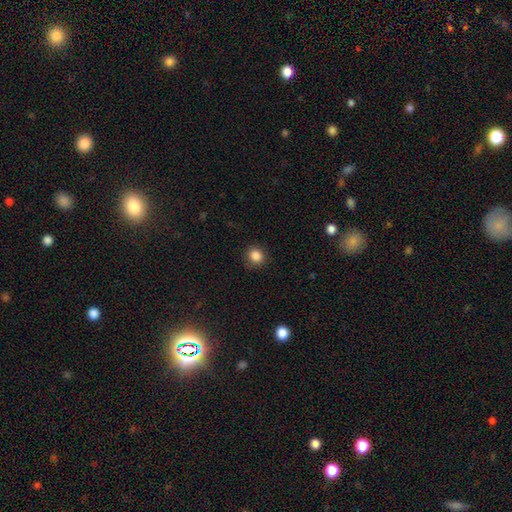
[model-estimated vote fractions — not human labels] Smooth or featured: smooth — 86% (star or artifact — 11%)
How rounded: round — 83% (in between — 16%)
Merging: none — 87% (minor disturbance — 9%)